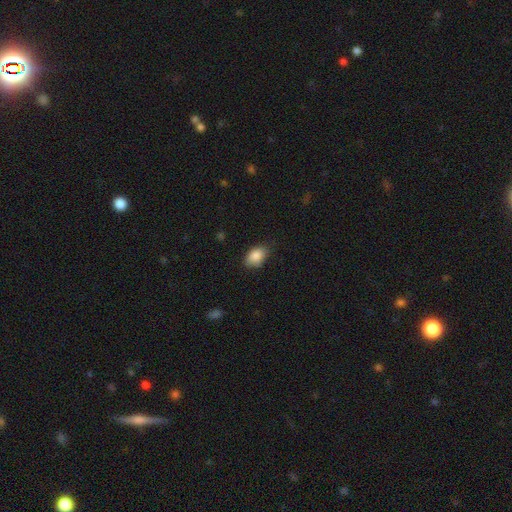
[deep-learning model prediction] Smooth or featured? smooth (87%)
How rounded? in between (87%)
Merging? none (76%)